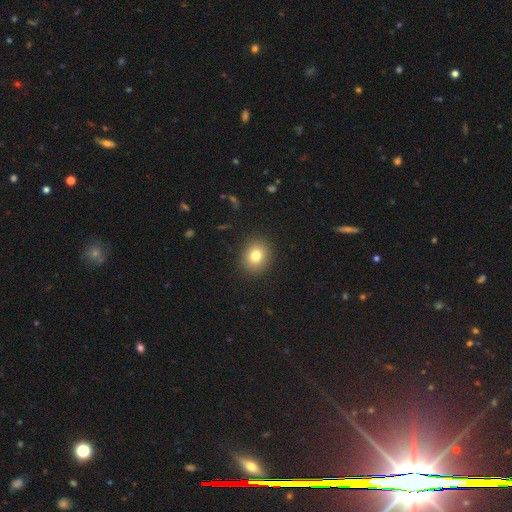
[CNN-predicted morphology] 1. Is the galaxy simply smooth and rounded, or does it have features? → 79% smooth, 12% star or artifact, 9% featured or disk.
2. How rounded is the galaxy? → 71% round, 28% in between, 1% cigar-shaped.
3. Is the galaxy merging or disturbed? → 90% none, 6% minor disturbance, 2% major disturbance, 1% merger.